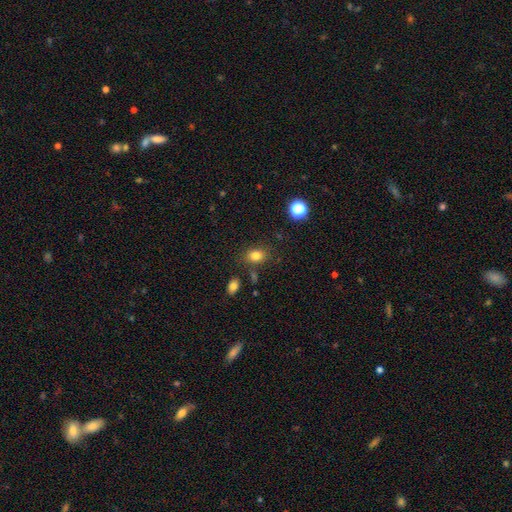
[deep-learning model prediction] smooth-or-featured: smooth: 81% | star or artifact: 12% | featured or disk: 7%
  how-rounded: in between: 66% | round: 33% | cigar-shaped: 1%
  merging: none: 76% | minor disturbance: 13% | merger: 6% | major disturbance: 4%